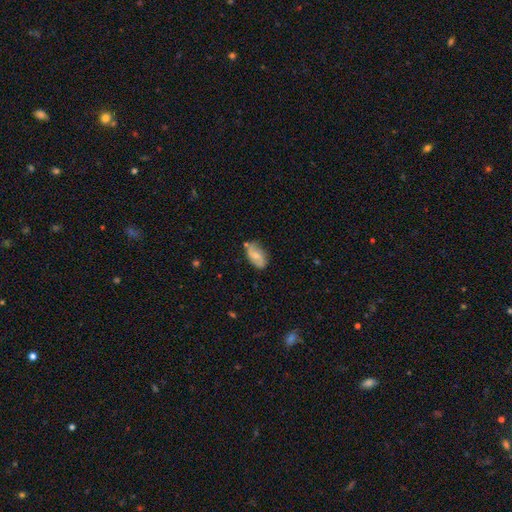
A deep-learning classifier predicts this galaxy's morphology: Overall: featured or disk (47%; smooth 46%). Merging: none (64%; minor disturbance 25%).